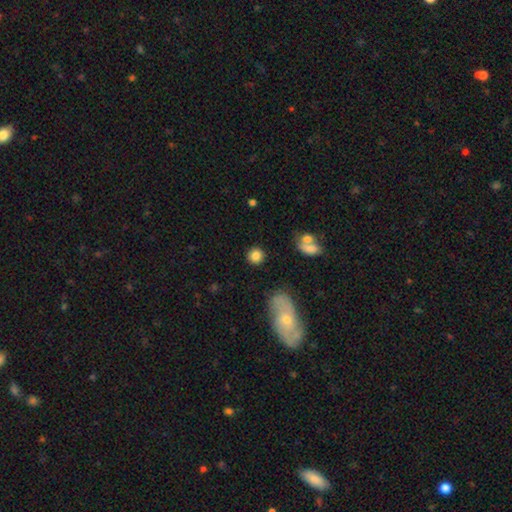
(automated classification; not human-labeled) A smooth galaxy with no disk features (84%) that is round (88%).

Vote fractions:
- Smooth or featured? smooth: 84% / star or artifact: 10% / featured or disk: 6%
- How rounded? round: 88% / in between: 11% / cigar-shaped: 1%
- Merging? none: 85% / minor disturbance: 8% / major disturbance: 3% / merger: 3%